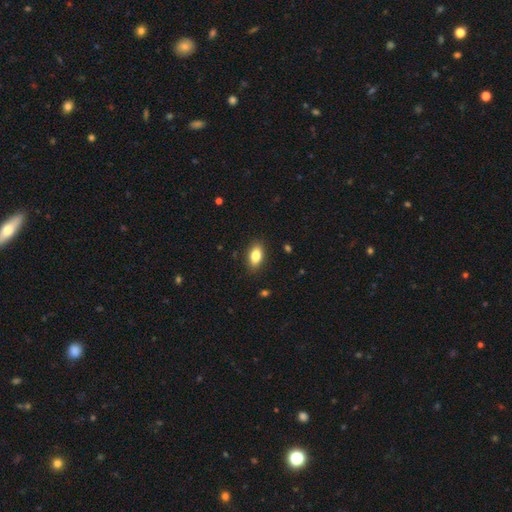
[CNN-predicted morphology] A smooth galaxy with no disk features (83%) that is in between round and cigar-shaped (89%).

Vote fractions:
- Smooth or featured? smooth: 83% / featured or disk: 10% / star or artifact: 8%
- How rounded? in between: 89% / round: 6% / cigar-shaped: 5%
- Merging? none: 87% / minor disturbance: 10% / major disturbance: 2% / merger: 1%